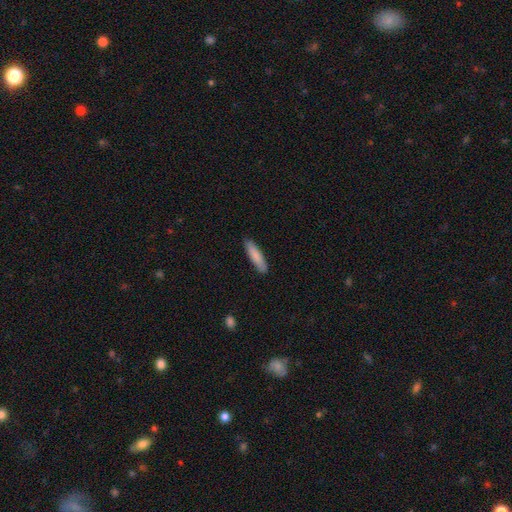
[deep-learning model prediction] smooth 84%, featured or disk 10%, star or artifact 5%. Down the decision tree: how rounded — cigar-shaped (81%); merging — none (89%).